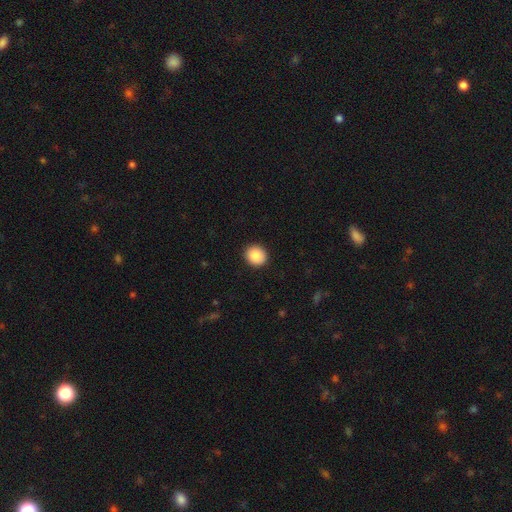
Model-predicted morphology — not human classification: smooth 88%, star or artifact 8%, featured or disk 4%. Down the decision tree: how rounded — round (81%); merging — none (92%).